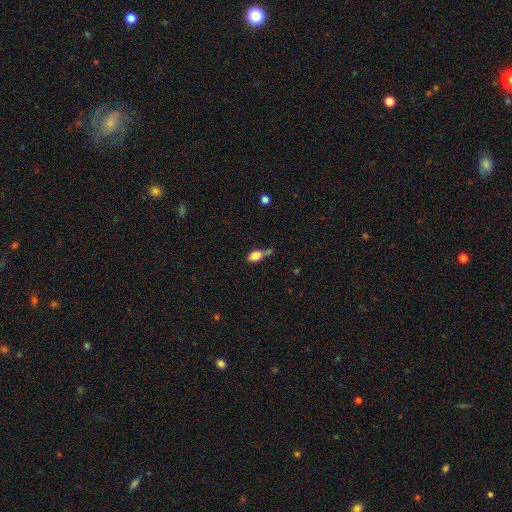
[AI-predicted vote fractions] smooth 77%, featured or disk 14%, star or artifact 9%. Down the decision tree: how rounded — in between (82%); merging — none (35%).